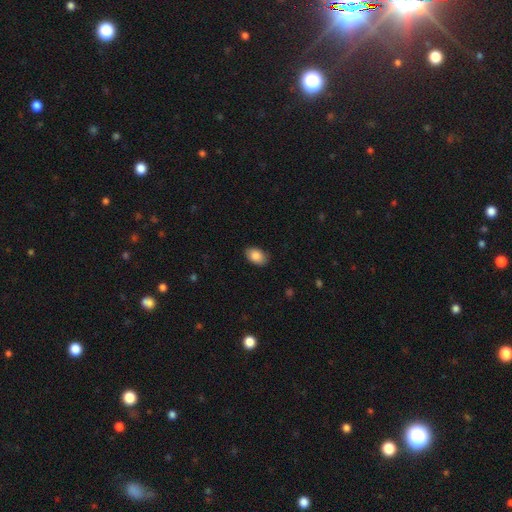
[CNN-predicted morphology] This appears to be a smooth galaxy with no disk features (87%) that is in between round and cigar-shaped (90%). Merging: none (87%).